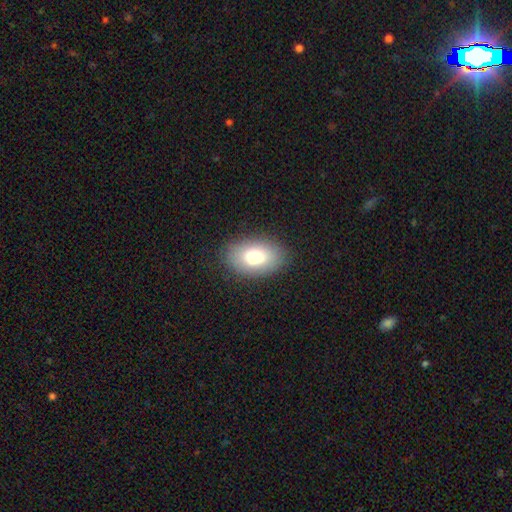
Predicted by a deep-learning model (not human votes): A smooth galaxy with no disk features (77%) that is in between round and cigar-shaped (88%).

Vote fractions:
- Smooth or featured? smooth: 77% / featured or disk: 14% / star or artifact: 9%
- How rounded? in between: 88% / round: 11% / cigar-shaped: 1%
- Merging? none: 84% / minor disturbance: 11% / major disturbance: 4% / merger: 1%